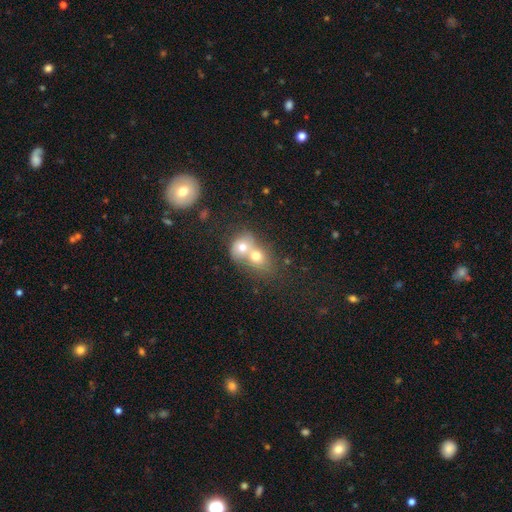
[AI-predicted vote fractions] A smooth galaxy with no disk features (61%) that is round (63%). Merging: merger (67%).